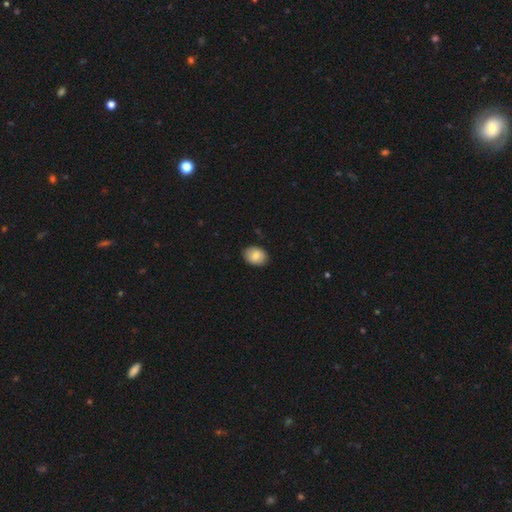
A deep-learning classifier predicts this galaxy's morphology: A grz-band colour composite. It shows a smooth galaxy with no disk features (83%) that is in between round and cigar-shaped (75%). Merging: none (88%).